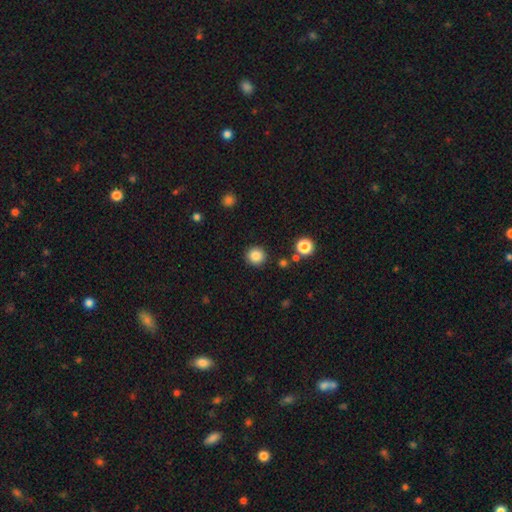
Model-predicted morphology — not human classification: Overall: smooth (85%). How rounded: round (94%). Merging: none (90%).